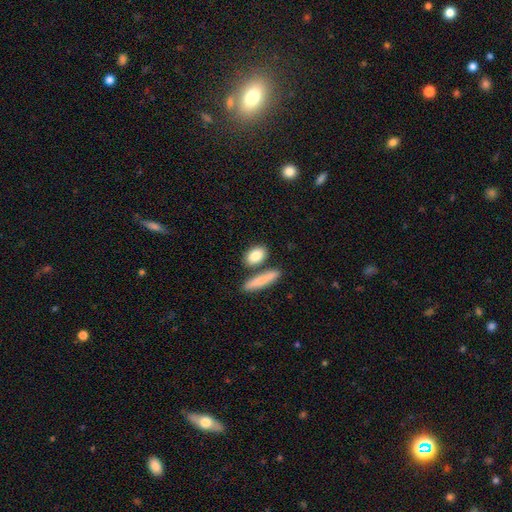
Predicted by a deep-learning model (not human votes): Smooth or featured? smooth (84%)
How rounded? in between (76%)
Merging? none (69%)